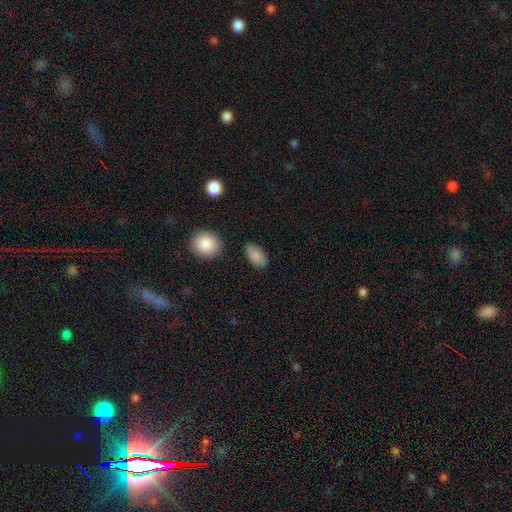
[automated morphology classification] smooth-or-featured: smooth: 86% | star or artifact: 7% | featured or disk: 7%
  how-rounded: in between: 92% | round: 5% | cigar-shaped: 3%
  merging: none: 80% | minor disturbance: 14% | merger: 3% | major disturbance: 3%